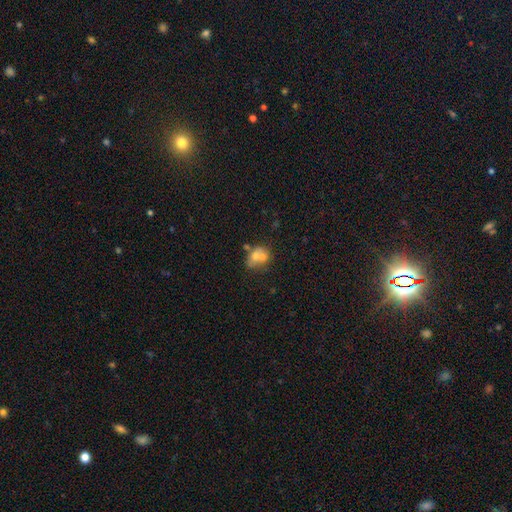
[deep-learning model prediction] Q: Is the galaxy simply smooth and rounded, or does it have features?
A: smooth — 60%.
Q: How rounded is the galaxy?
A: in between — 50%.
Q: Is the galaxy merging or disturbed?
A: merger — 56%.